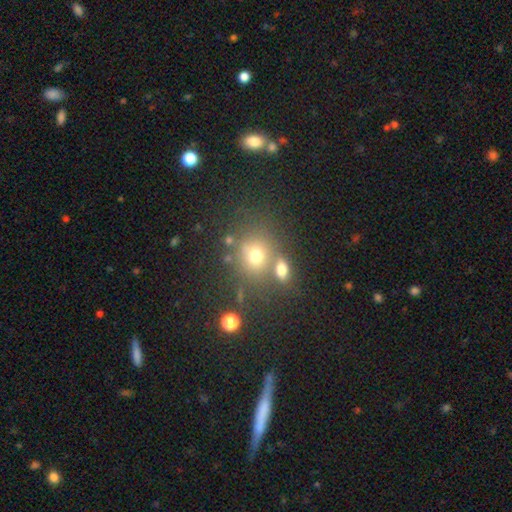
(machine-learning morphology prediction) A smooth galaxy with no disk features (69%) that is round (74%).

Vote fractions:
- Smooth or featured? smooth: 69% / star or artifact: 18% / featured or disk: 13%
- How rounded? round: 74% / in between: 24% / cigar-shaped: 1%
- Merging? none: 56% / merger: 27% / minor disturbance: 11% / major disturbance: 6%